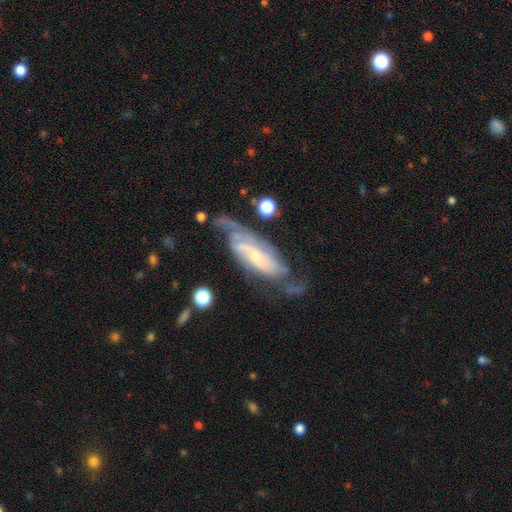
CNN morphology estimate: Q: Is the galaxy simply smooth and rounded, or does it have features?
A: featured or disk — 84%.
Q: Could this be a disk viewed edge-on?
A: no — 89%.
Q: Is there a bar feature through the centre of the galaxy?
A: no — 43%.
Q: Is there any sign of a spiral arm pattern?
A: yes — 94%.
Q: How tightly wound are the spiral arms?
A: tight — 44%.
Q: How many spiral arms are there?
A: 2 — 52%.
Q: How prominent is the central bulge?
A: small — 66%.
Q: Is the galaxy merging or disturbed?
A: none — 54%.